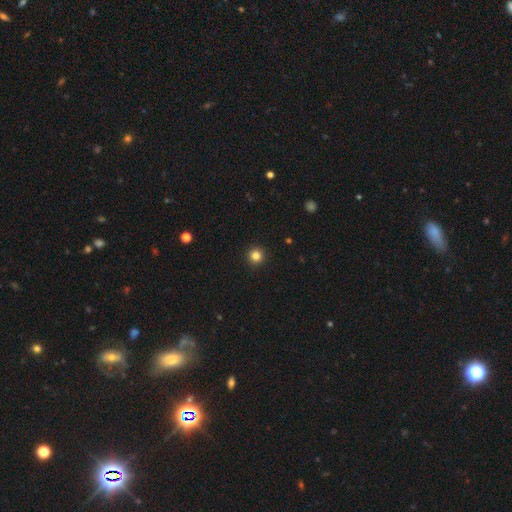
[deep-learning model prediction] Smooth or featured?
  - smooth: 83% *
  - star or artifact: 12%
  - featured or disk: 4%
How rounded?
  - round: 96% *
  - in between: 3%
  - cigar-shaped: 1%
Merging?
  - none: 94% *
  - minor disturbance: 4%
  - major disturbance: 1%
  - merger: 1%